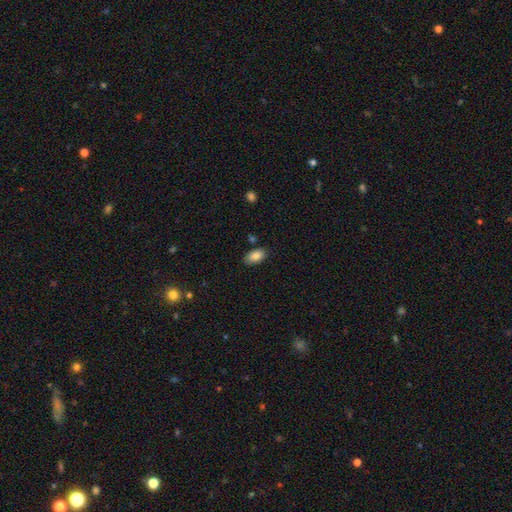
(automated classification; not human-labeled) Smooth or featured? smooth (85%)
How rounded? in between (93%)
Merging? none (80%)